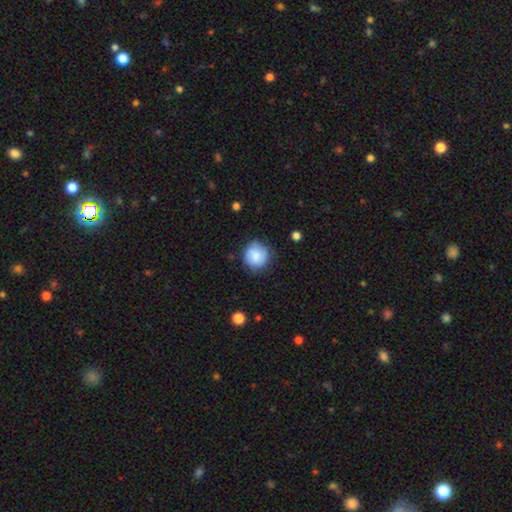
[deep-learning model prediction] Morphology: type=smooth (76%); roundness=round (89%); merging=none (76%).